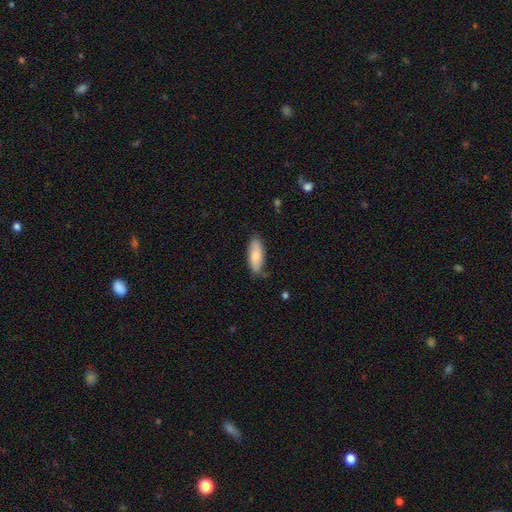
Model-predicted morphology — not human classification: This is likely a smooth galaxy (80%). How rounded: likely in between (76%). Merging: likely none (74%).